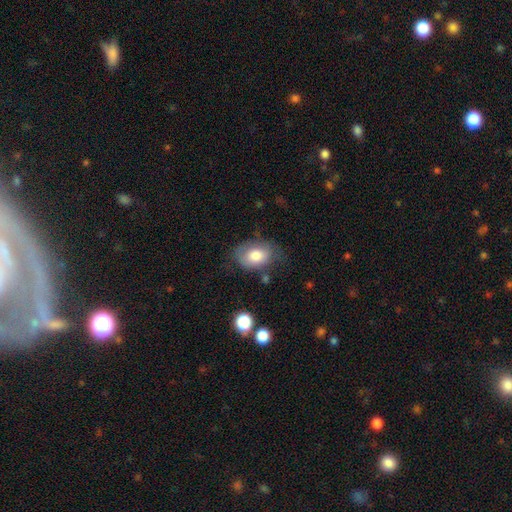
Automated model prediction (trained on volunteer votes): Smooth or featured? Predicted: smooth (p=0.77). How rounded? Predicted: in between (p=0.80). Merging? Predicted: none (p=0.60).